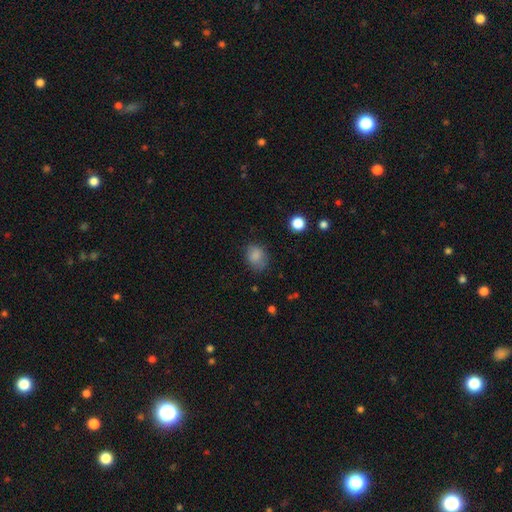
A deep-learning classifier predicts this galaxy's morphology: Smooth or featured? smooth (83%)
How rounded? in between (56%)
Merging? none (69%)